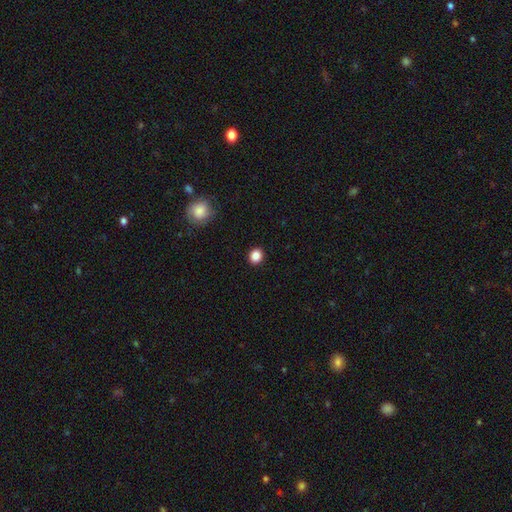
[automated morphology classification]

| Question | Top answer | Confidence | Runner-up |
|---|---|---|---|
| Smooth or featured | smooth | 86% | star or artifact (11%) |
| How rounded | round | 76% | in between (23%) |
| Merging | none | 91% | minor disturbance (6%) |